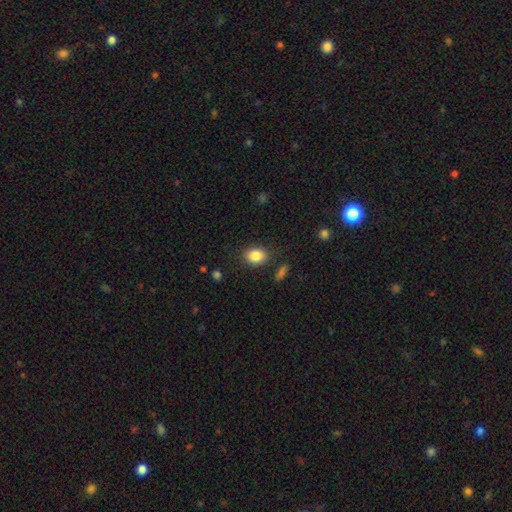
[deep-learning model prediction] smooth-or-featured: smooth: 86% | star or artifact: 9% | featured or disk: 5%
  how-rounded: in between: 63% | round: 36% | cigar-shaped: 1%
  merging: none: 83% | minor disturbance: 11% | major disturbance: 4% | merger: 3%